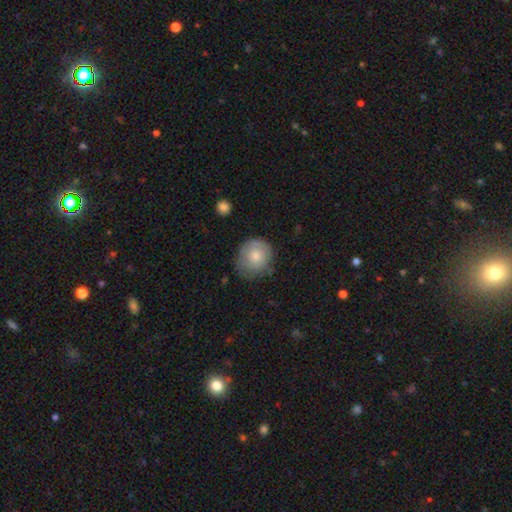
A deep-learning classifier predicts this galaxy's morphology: Smooth or featured? Predicted: smooth (p=0.70). How rounded? Predicted: round (p=0.77). Merging? Predicted: none (p=0.64).